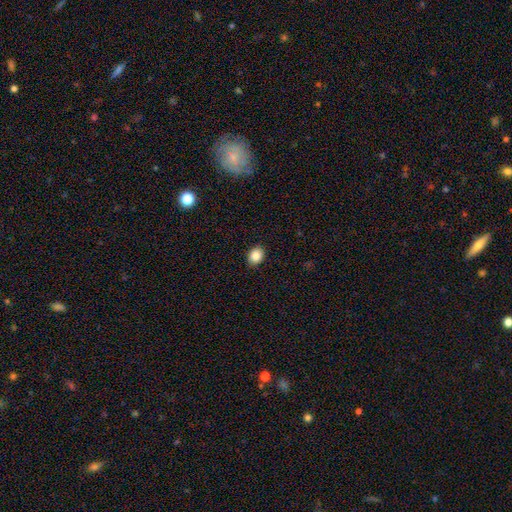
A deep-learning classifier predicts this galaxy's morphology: smooth-or-featured: smooth: 87% | star or artifact: 9% | featured or disk: 5%
  how-rounded: in between: 55% | round: 44% | cigar-shaped: 1%
  merging: none: 90% | minor disturbance: 7% | major disturbance: 2% | merger: 1%